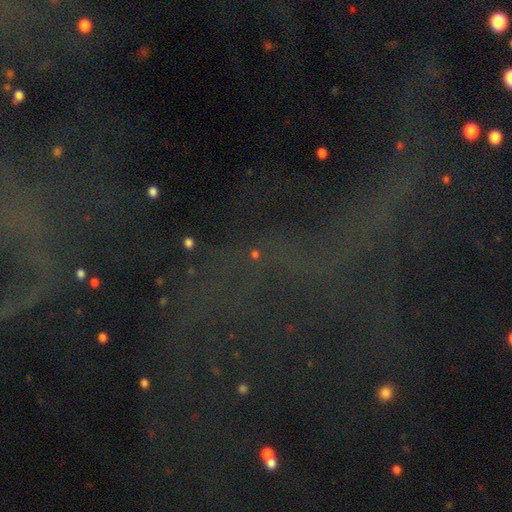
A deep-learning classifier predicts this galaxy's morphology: This appears to be a star or artifact, not a galaxy (74%).